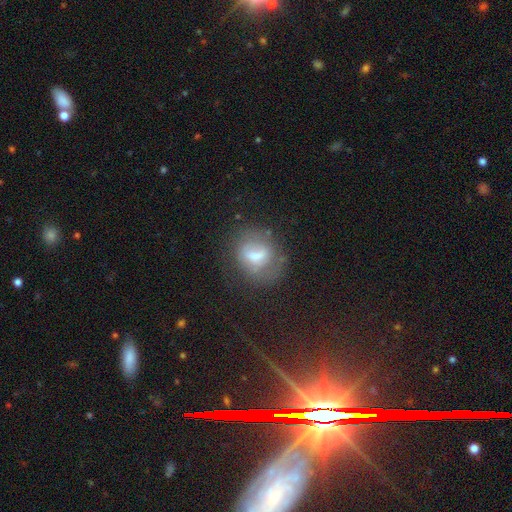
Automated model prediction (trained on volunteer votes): Morphology: type=smooth (53%); roundness=round (58%); merging=none (49%).